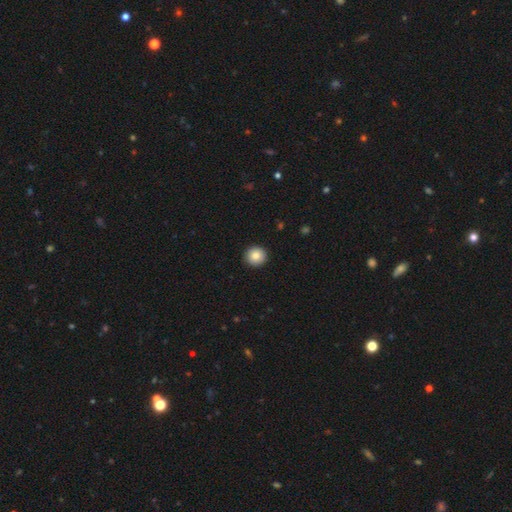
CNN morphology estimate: type=smooth (85%); roundness=round (94%); merging=none (93%).